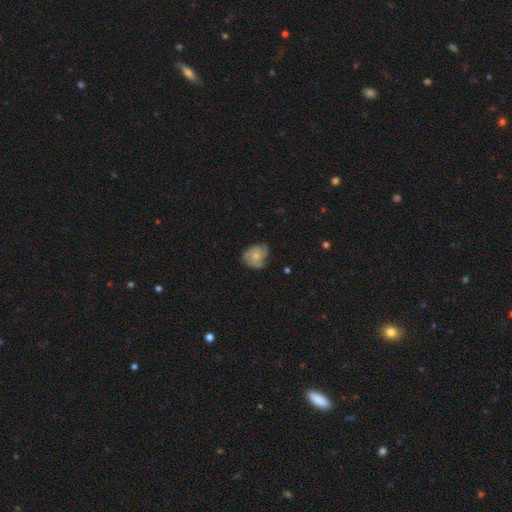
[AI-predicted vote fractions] A smooth galaxy with no disk features (54%) that is round (59%). Merging: none (58%).